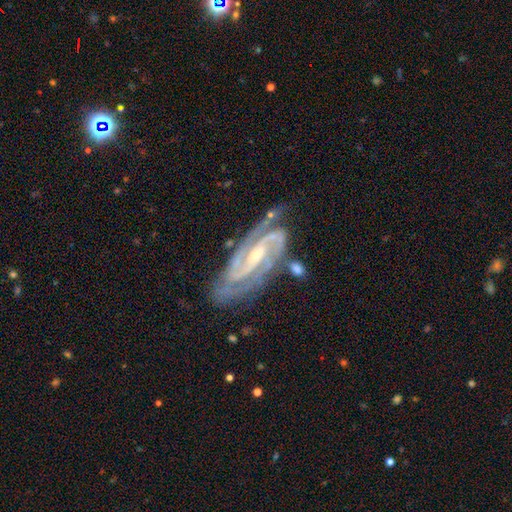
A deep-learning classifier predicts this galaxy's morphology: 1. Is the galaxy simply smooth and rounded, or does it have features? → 93% featured or disk, 5% star or artifact, 2% smooth.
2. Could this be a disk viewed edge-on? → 95% no, 5% yes.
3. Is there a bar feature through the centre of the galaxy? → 43% strong, 38% weak, 20% no.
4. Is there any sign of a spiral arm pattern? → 99% yes, 1% no.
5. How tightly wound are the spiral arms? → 57% tight, 38% medium, 5% loose.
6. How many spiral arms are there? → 75% 2, 15% 3, 3% can't tell, 3% 4, 2% 1, 2% more than 4.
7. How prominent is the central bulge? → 63% small, 32% moderate, 3% none, 1% large, 1% dominant.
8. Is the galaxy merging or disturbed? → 72% none, 18% minor disturbance, 6% major disturbance, 4% merger.